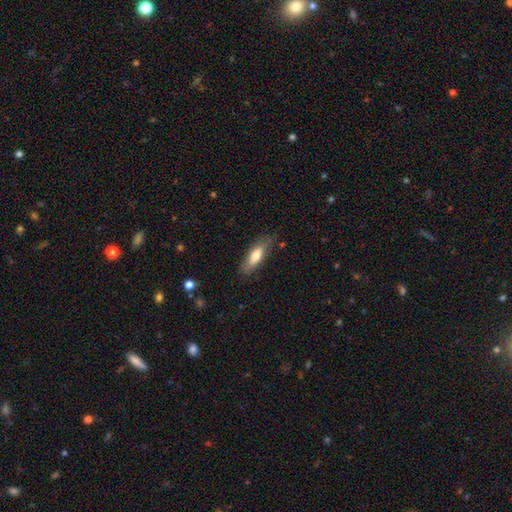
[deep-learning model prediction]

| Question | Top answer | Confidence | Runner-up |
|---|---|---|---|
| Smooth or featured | smooth | 69% | featured or disk (25%) |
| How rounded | in between | 57% | cigar-shaped (41%) |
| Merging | none | 79% | minor disturbance (16%) |